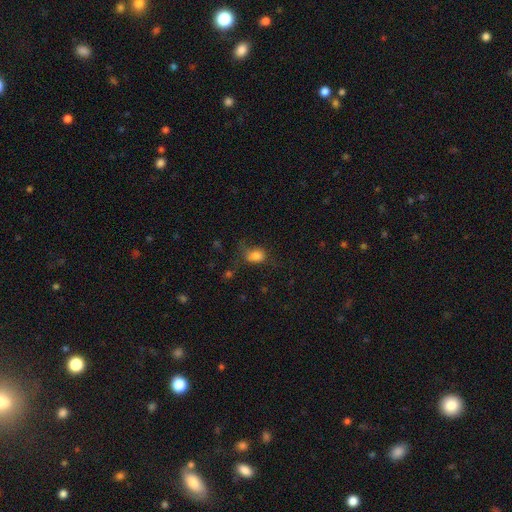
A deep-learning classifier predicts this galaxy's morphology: This is likely a smooth galaxy (80%). How rounded: likely in between (68%). Merging: possibly none (47%).